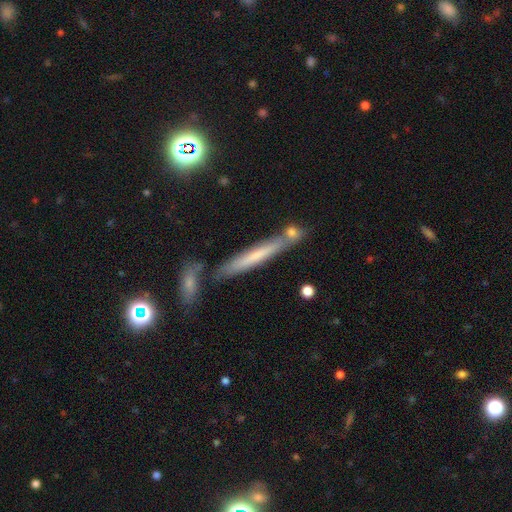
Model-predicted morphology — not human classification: This appears to be a smooth galaxy with no disk features (51%) that is cigar-shaped (95%). Merging: none (70%).